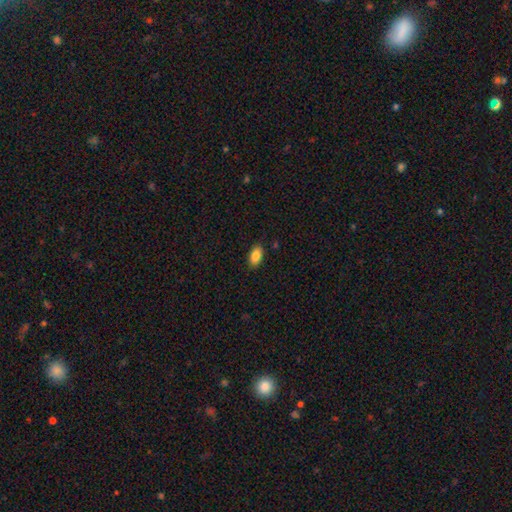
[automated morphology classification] smooth 87%, star or artifact 7%, featured or disk 6%. Down the decision tree: how rounded — in between (93%); merging — none (87%).